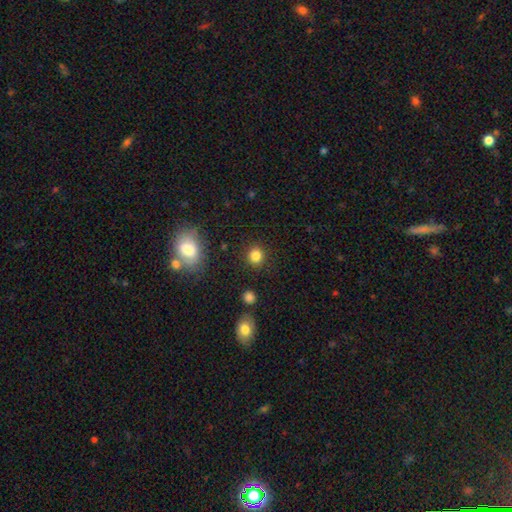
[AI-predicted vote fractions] This appears to be a smooth galaxy with no disk features (83%) that is round (86%). Merging: none (89%).